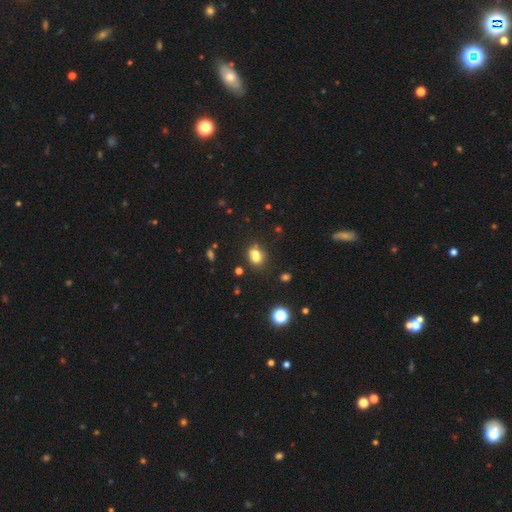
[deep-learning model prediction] This is likely a smooth galaxy (65%). How rounded: possibly round (50%). Merging: marginally none (44%).